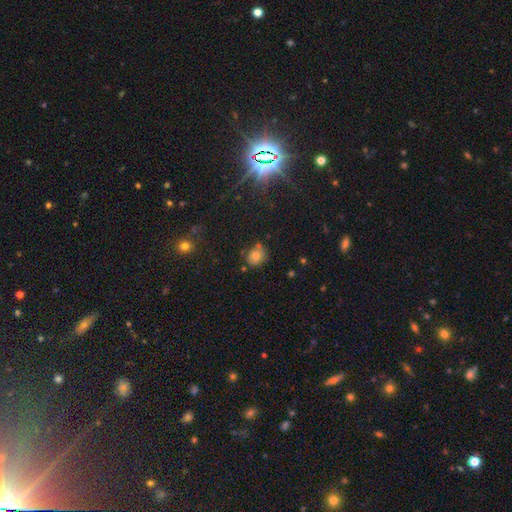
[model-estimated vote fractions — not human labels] A smooth galaxy with no disk features (72%) that is round (74%).

Vote fractions:
- Smooth or featured? smooth: 72% / star or artifact: 16% / featured or disk: 12%
- How rounded? round: 74% / in between: 25% / cigar-shaped: 1%
- Merging? none: 70% / minor disturbance: 17% / merger: 9% / major disturbance: 4%